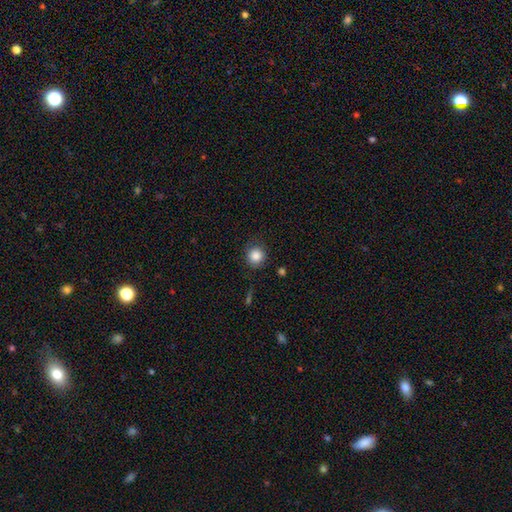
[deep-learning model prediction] smooth-or-featured: smooth: 85% | star or artifact: 10% | featured or disk: 5%
  how-rounded: round: 90% | in between: 9% | cigar-shaped: 1%
  merging: none: 83% | minor disturbance: 12% | major disturbance: 4% | merger: 2%